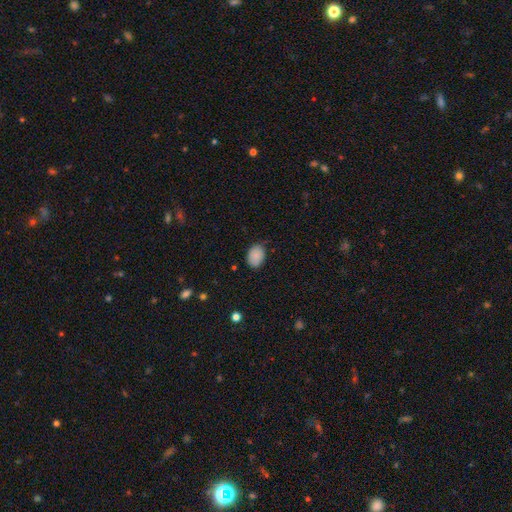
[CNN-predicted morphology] The model was most divided on "how rounded": in between: 80%, round: 19%, cigar-shaped: 1%. More confident: smooth or featured — smooth (89%); merging — none (82%).